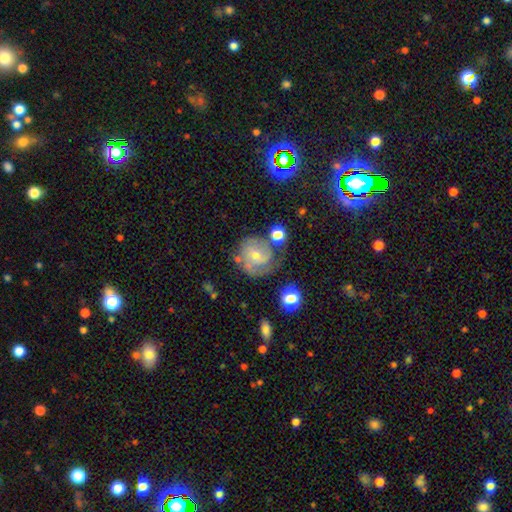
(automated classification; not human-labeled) This is likely a featured or disk galaxy (72%). It is clearly not viewed edge-on (97%). Bar: possibly no (50%). Spiral arm pattern: clearly yes (90%). Spiral arm count: possibly 2 (46%). Spiral winding: possibly tight (50%). Central bulge: possibly small (57%). Merging: likely none (60%).